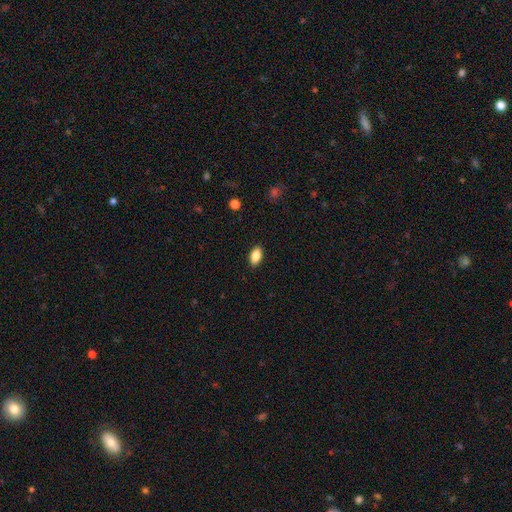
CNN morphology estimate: type=smooth (86%); roundness=in between (92%); merging=none (89%).